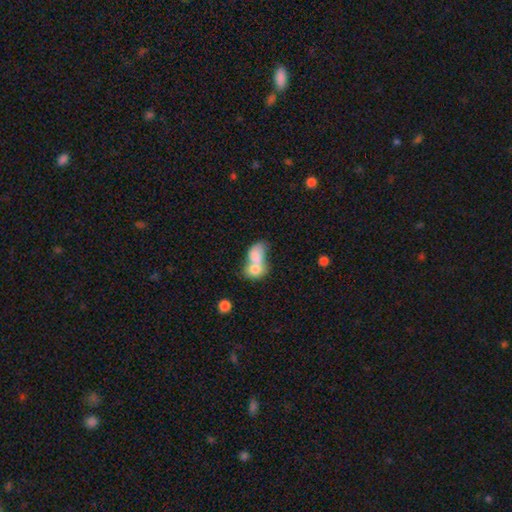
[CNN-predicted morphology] Q: Smooth or featured?
A: smooth (76%); runner-up: featured or disk (17%)
Q: How rounded?
A: in between (78%); runner-up: round (20%)
Q: Merging?
A: merger (78%); runner-up: none (11%)